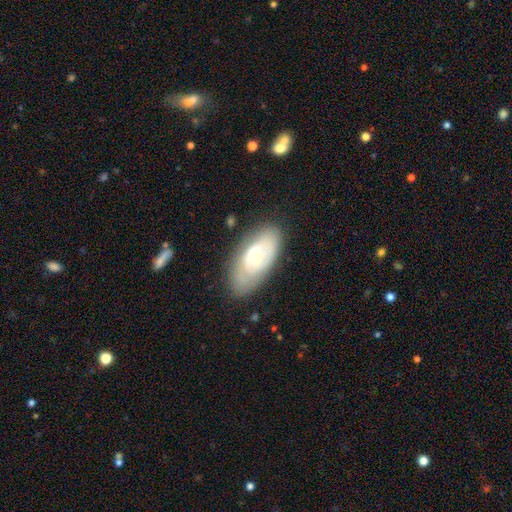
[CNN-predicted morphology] Smooth or featured?
  - featured or disk: 55% *
  - smooth: 38%
  - star or artifact: 7%
Edge-on disk?
  - no: 90% *
  - yes: 10%
Merging?
  - none: 72% *
  - minor disturbance: 20%
  - major disturbance: 6%
  - merger: 2%